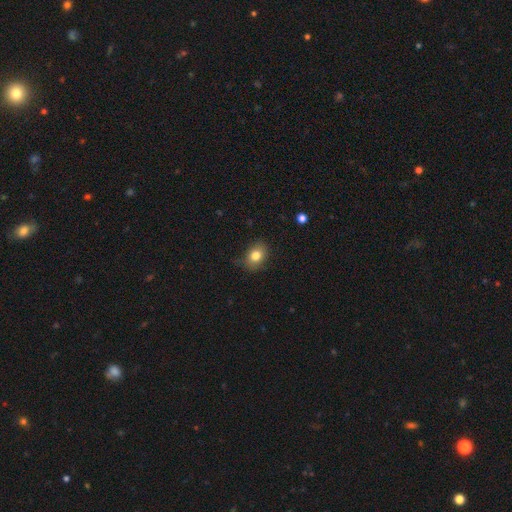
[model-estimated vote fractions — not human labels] The model was most divided on "how rounded": in between: 60%, round: 39%, cigar-shaped: 1%. More confident: smooth or featured — smooth (80%); merging — none (72%).